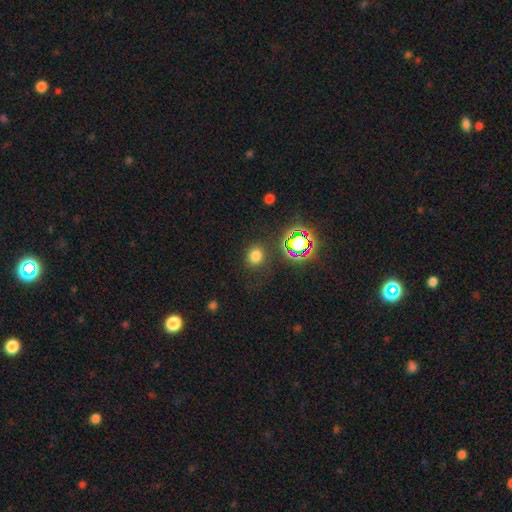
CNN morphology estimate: This appears to be a smooth galaxy with no disk features (72%) that is round (71%). Merging: none (84%).